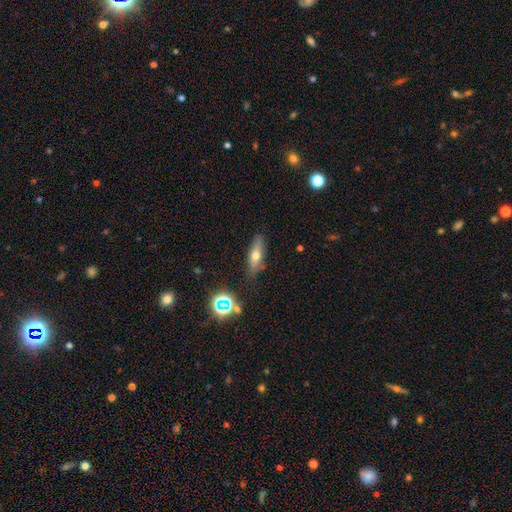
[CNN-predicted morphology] Overall: smooth (55%; featured or disk 34%). How rounded: in between (48%; cigar-shaped 47%). Merging: none (80%).